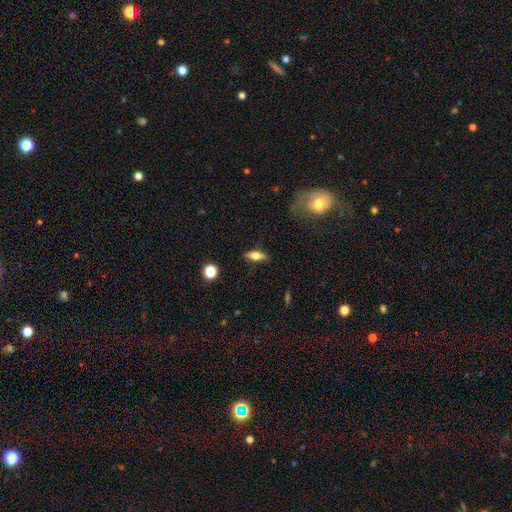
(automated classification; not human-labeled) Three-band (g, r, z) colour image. It shows a smooth galaxy with no disk features (62%) that is in between round and cigar-shaped (66%). Merging: none (83%).